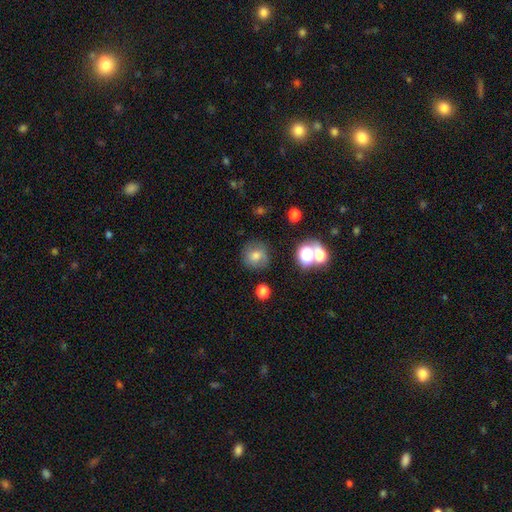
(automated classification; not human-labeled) Morphology: type=smooth (69%); roundness=round (89%); merging=none (78%).